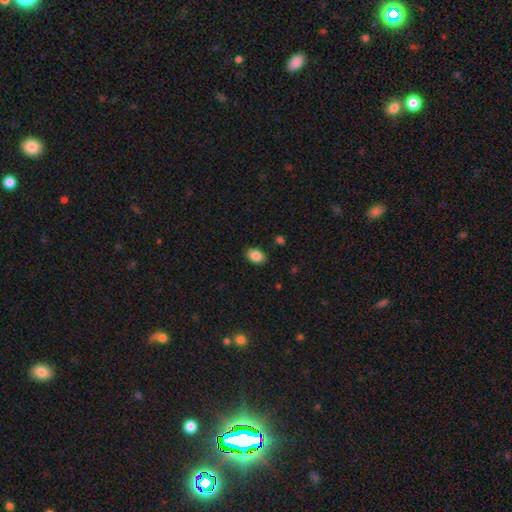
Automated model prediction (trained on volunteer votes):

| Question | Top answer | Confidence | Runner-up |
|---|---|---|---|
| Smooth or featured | smooth | 87% | star or artifact (8%) |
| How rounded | in between | 84% | round (14%) |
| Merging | none | 87% | minor disturbance (9%) |